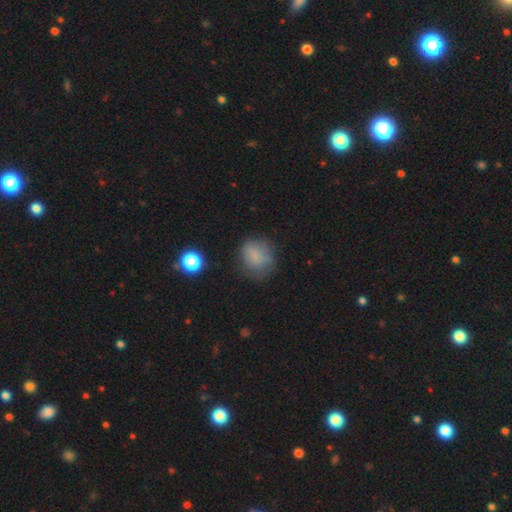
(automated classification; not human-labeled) Smooth or featured: smooth — 77% (star or artifact — 12%)
How rounded: round — 67% (in between — 32%)
Merging: none — 60% (minor disturbance — 26%)